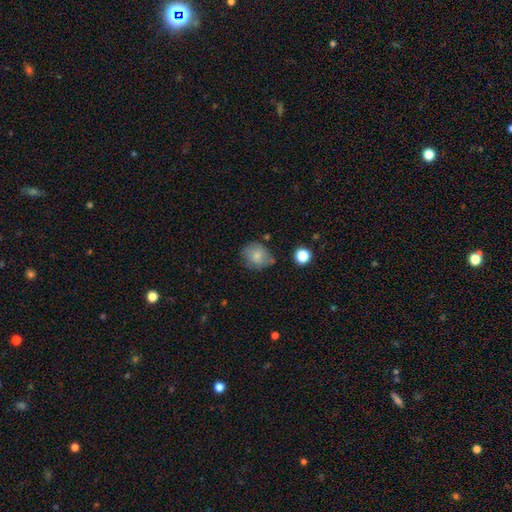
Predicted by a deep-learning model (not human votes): This is likely a smooth galaxy (70%). How rounded: likely round (68%). Merging: likely none (73%).